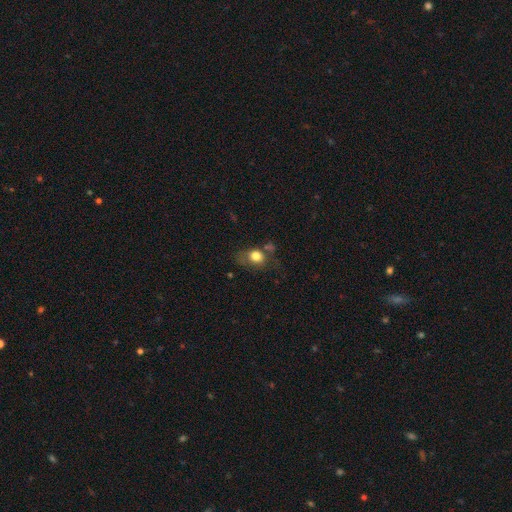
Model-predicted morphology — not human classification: Q: Smooth or featured?
A: smooth (76%); runner-up: featured or disk (14%)
Q: How rounded?
A: in between (54%); runner-up: round (44%)
Q: Merging?
A: none (40%); runner-up: minor disturbance (27%)